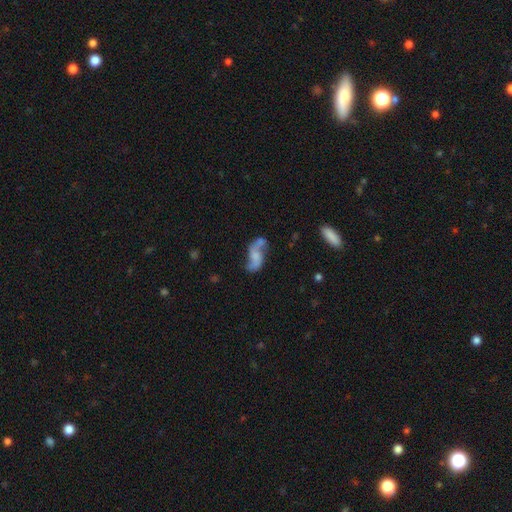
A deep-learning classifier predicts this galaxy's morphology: A featured or disk galaxy (71%) with no bar (60%), 2 (90%) loose (83%) spiral arms (89%) and no central bulge (48%).

Vote fractions:
- Smooth or featured? featured or disk: 71% / smooth: 21% / star or artifact: 8%
- Edge-on disk? no: 94% / yes: 6%
- Bar? no: 60% / weak: 31% / strong: 9%
- Spiral arms? yes: 89% / no: 11%
- Spiral winding? loose: 83% / medium: 13% / tight: 4%
- Spiral arm count? 2: 90% / can't tell: 3% / 1: 3% / 3: 1% / 4: 1% / more than 4: 1%
- Bulge size? none: 48% / small: 25% / moderate: 18% / large: 7% / dominant: 2%
- Merging? none: 50% / minor disturbance: 20% / merger: 17% / major disturbance: 13%